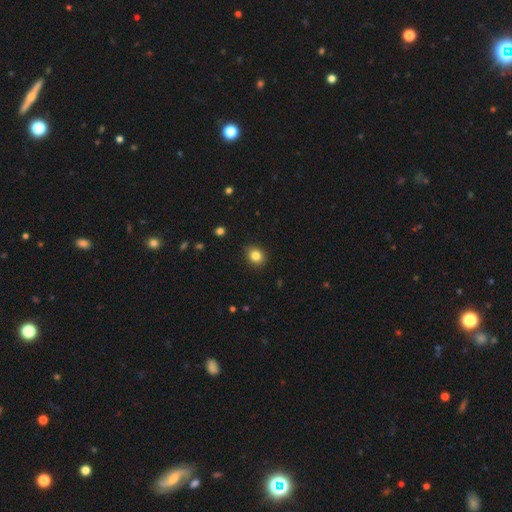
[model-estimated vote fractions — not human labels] Morphology: type=smooth (83%); roundness=round (69%); merging=none (87%).